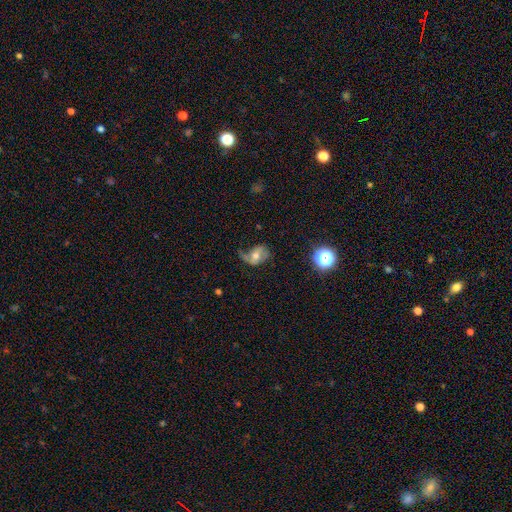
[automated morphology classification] Overall: featured or disk (50%; smooth 39%). Merging: major disturbance (34%; none 32%).